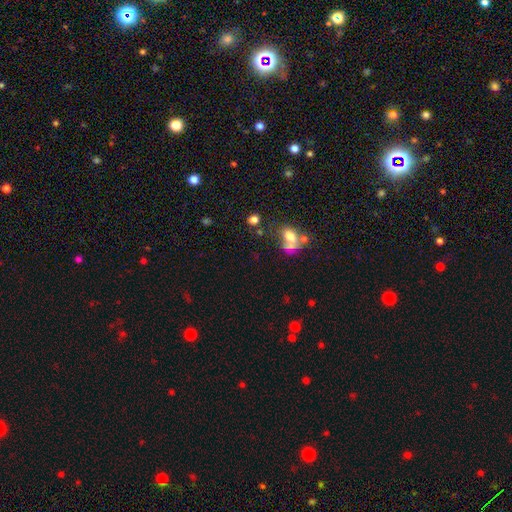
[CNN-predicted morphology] The model was most divided on "how rounded" (2-way tie): round: 48%, in between: 48%, cigar-shaped: 4%. More confident: smooth or featured — smooth (55%); merging — none (52%).